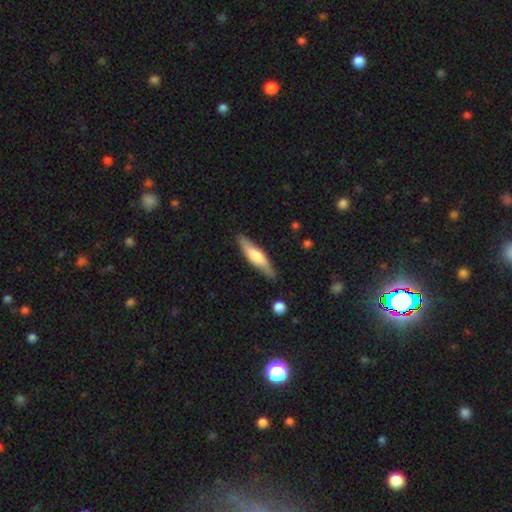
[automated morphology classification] smooth 55%, featured or disk 40%, star or artifact 5%. Down the decision tree: how rounded — cigar-shaped (74%); merging — none (83%).